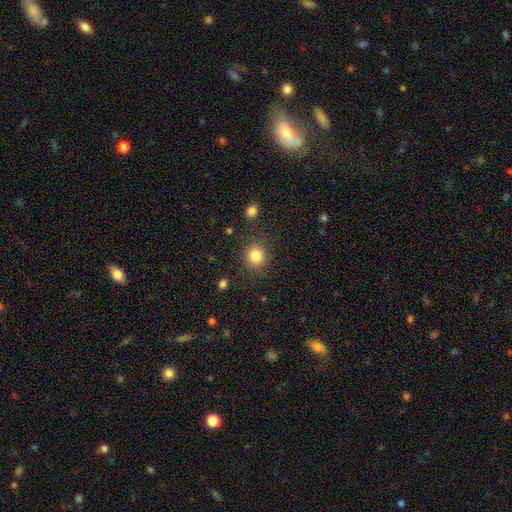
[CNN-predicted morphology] Smooth or featured?
  - smooth: 83% *
  - star or artifact: 11%
  - featured or disk: 6%
How rounded?
  - round: 87% *
  - in between: 12%
  - cigar-shaped: 1%
Merging?
  - none: 85% *
  - minor disturbance: 9%
  - major disturbance: 4%
  - merger: 3%